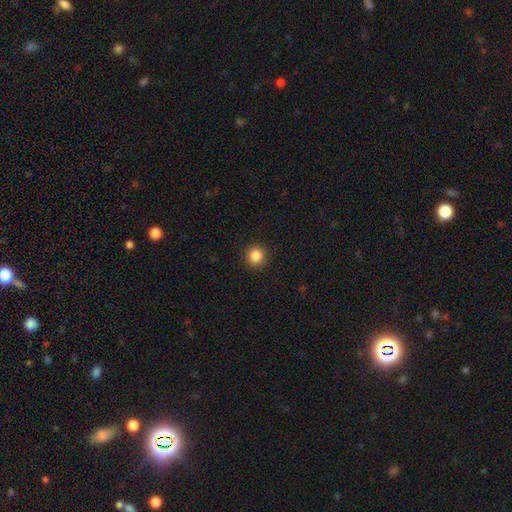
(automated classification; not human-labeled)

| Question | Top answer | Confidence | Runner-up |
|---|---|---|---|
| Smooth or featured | smooth | 86% | star or artifact (10%) |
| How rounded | round | 92% | in between (7%) |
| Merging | none | 92% | minor disturbance (5%) |